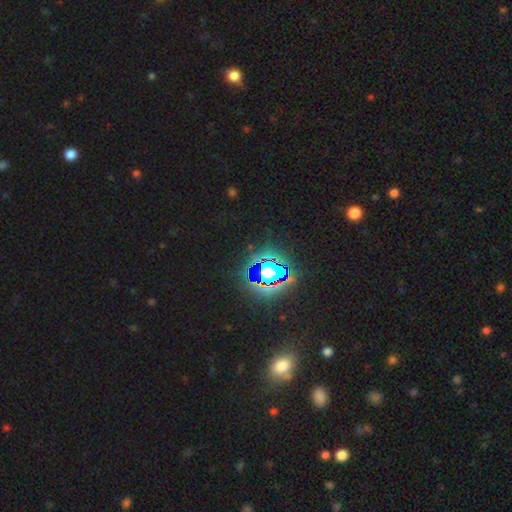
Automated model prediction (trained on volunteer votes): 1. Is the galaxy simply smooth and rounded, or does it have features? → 81% star or artifact, 12% smooth, 6% featured or disk.